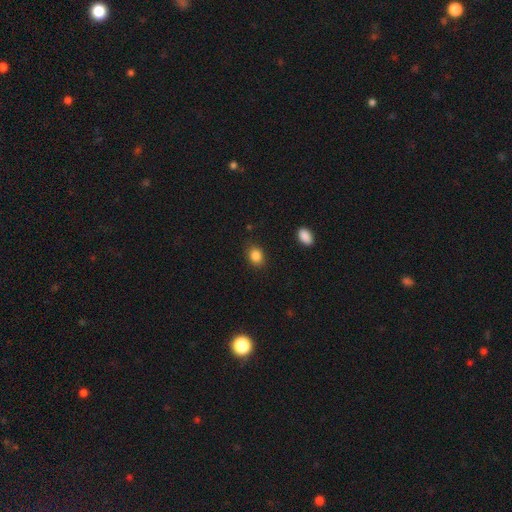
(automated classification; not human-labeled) smooth 86%, star or artifact 10%, featured or disk 4%. Down the decision tree: how rounded — in between (61%); merging — none (84%).